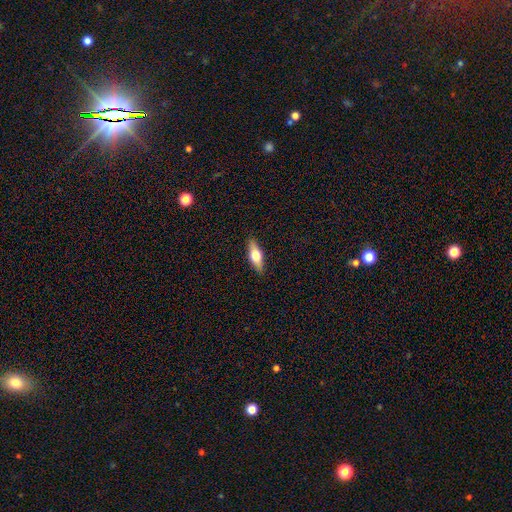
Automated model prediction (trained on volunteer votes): A smooth galaxy with no disk features (56%) that is in between round and cigar-shaped (60%).

Vote fractions:
- Smooth or featured? smooth: 56% / featured or disk: 38% / star or artifact: 6%
- How rounded? in between: 60% / cigar-shaped: 37% / round: 3%
- Merging? none: 88% / minor disturbance: 9% / major disturbance: 2% / merger: 1%